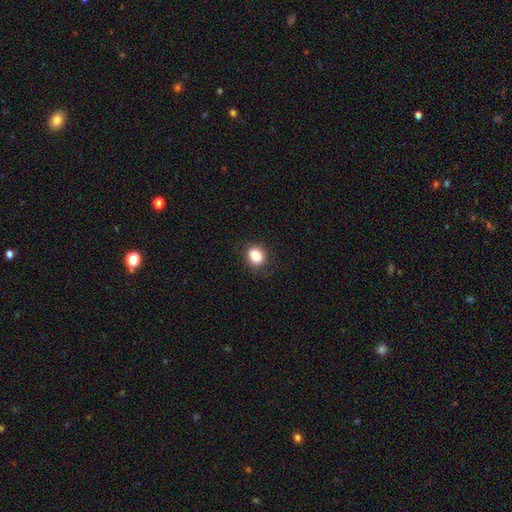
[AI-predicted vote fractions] Smooth or featured? Predicted: smooth (p=0.87). How rounded? Predicted: in between (p=0.51). Merging? Predicted: none (p=0.85).